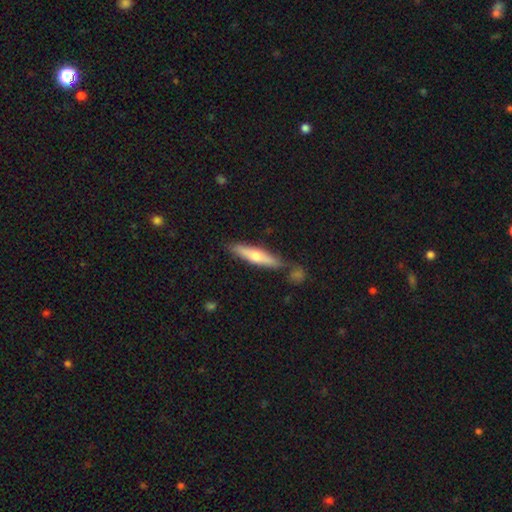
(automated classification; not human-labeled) This is possibly a smooth galaxy (52%). How rounded: clearly cigar-shaped (81%). Merging: likely none (73%).